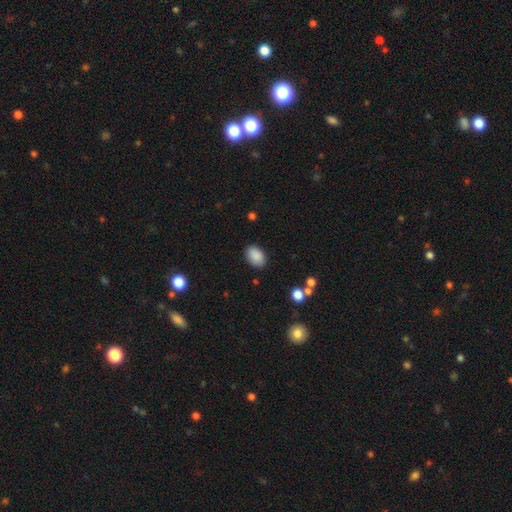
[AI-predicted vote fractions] Smooth or featured? Predicted: smooth (p=0.88). How rounded? Predicted: in between (p=0.85). Merging? Predicted: none (p=0.86).